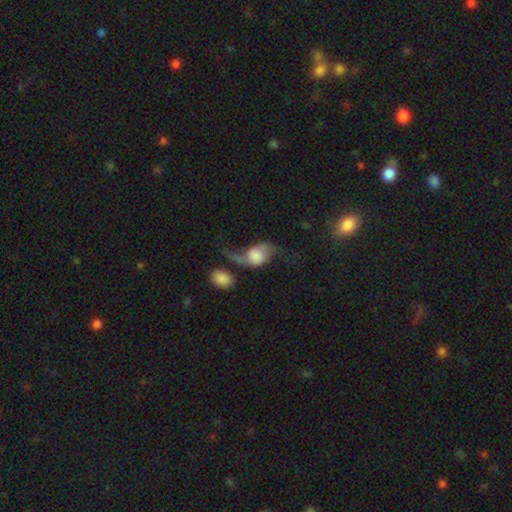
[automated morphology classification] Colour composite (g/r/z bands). It shows a featured or disk galaxy (50%). Merging: major disturbance (37%).